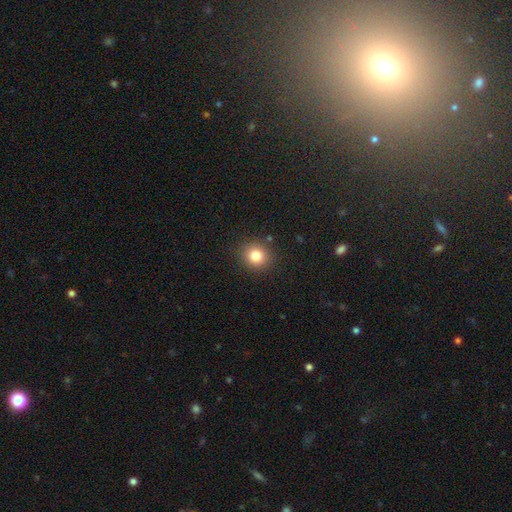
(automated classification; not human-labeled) Smooth or featured: smooth — 82% (star or artifact — 12%)
How rounded: round — 87% (in between — 12%)
Merging: none — 88% (minor disturbance — 7%)